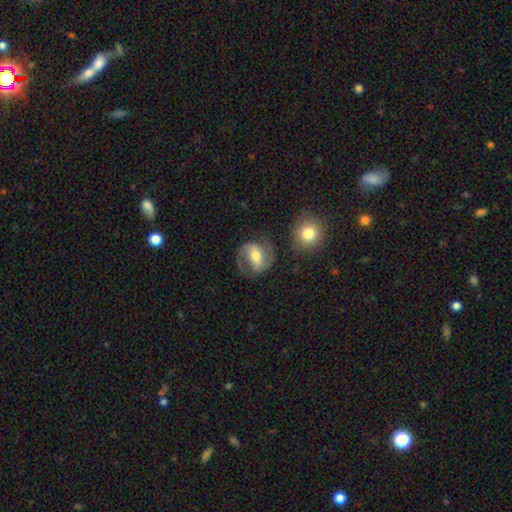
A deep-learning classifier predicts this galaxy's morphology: smooth_or_featured: featured or disk (p=0.69) [alt: smooth p=0.25]
disk_edge_on: no (p=0.97) [alt: yes p=0.03]
bar: strong (p=0.44) [alt: weak p=0.38]
has_spiral_arms: yes (p=0.87) [alt: no p=0.13]
spiral_winding: medium (p=0.54) [alt: tight p=0.25]
spiral_arm_count: 2 (p=0.89) [alt: can't tell p=0.05]
bulge_size: moderate (p=0.65) [alt: small p=0.18]
merging: none (p=0.73) [alt: minor disturbance p=0.15]